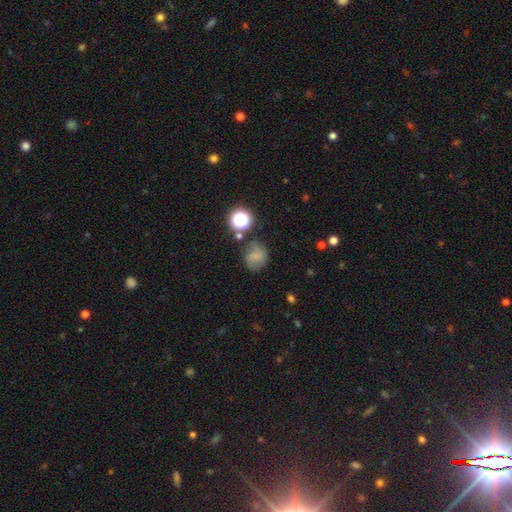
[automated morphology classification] Overall: smooth (65%). How rounded: round (78%). Merging: none (59%; minor disturbance 22%).